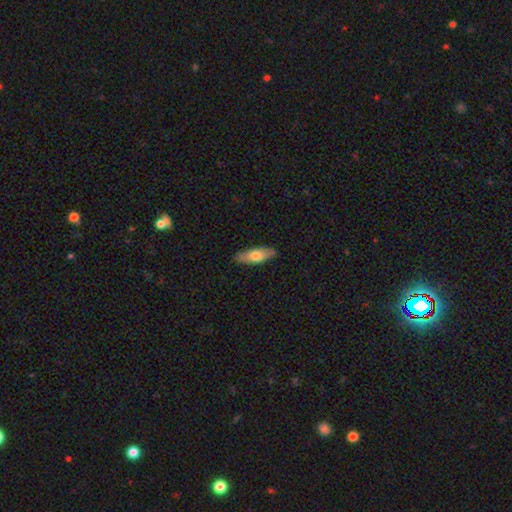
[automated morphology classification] A smooth galaxy with no disk features (67%) that is in between round and cigar-shaped (61%).

Vote fractions:
- Smooth or featured? smooth: 67% / featured or disk: 28% / star or artifact: 6%
- How rounded? in between: 61% / cigar-shaped: 37% / round: 2%
- Merging? none: 87% / minor disturbance: 10% / major disturbance: 2% / merger: 1%